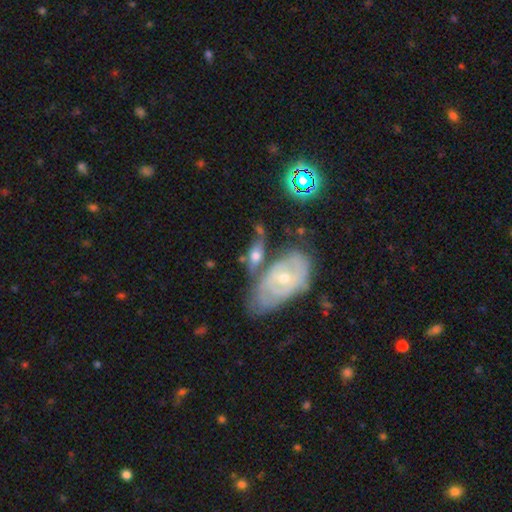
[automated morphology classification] A featured or disk galaxy (54%).

Vote fractions:
- Smooth or featured? featured or disk: 54% / smooth: 39% / star or artifact: 7%
- Edge-on disk? no: 73% / yes: 27%
- Merging? none: 37% / merger: 35% / minor disturbance: 18% / major disturbance: 10%